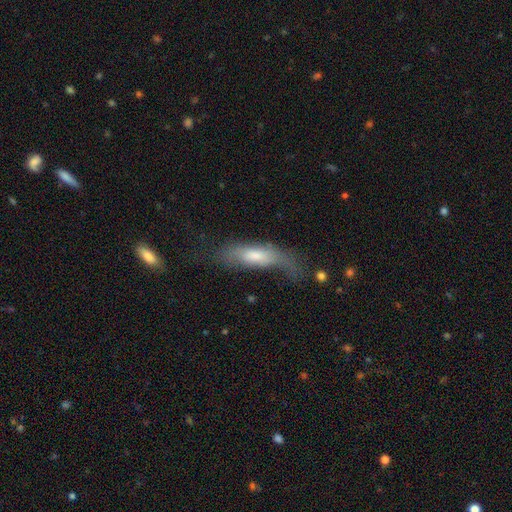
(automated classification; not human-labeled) A smooth galaxy with no disk features (61%) that is in between round and cigar-shaped (53%).

Vote fractions:
- Smooth or featured? smooth: 61% / featured or disk: 31% / star or artifact: 7%
- How rounded? in between: 53% / cigar-shaped: 44% / round: 2%
- Merging? major disturbance: 35% / none: 33% / minor disturbance: 29% / merger: 4%